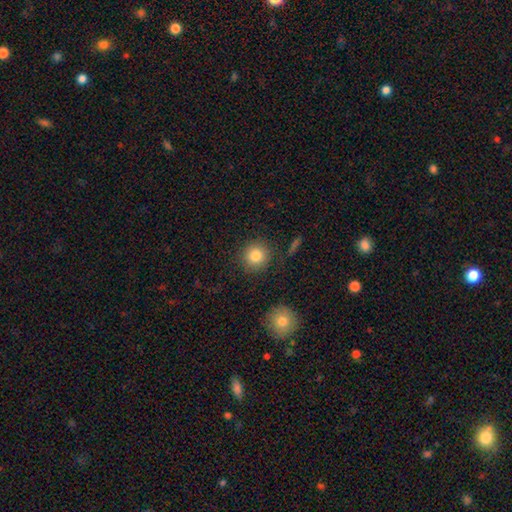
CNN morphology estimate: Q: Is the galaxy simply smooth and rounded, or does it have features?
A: smooth — 84%.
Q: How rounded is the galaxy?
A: round — 92%.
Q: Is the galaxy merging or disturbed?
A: none — 87%.